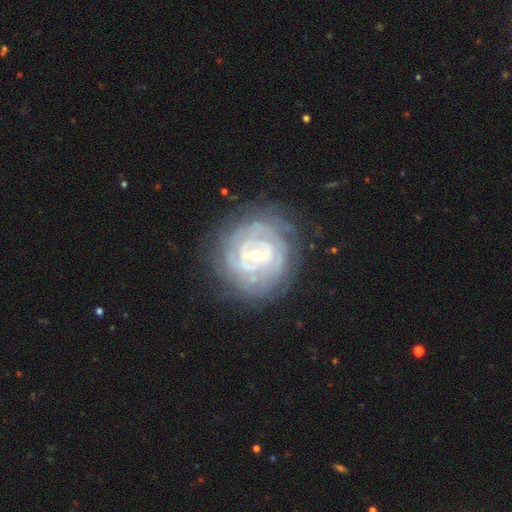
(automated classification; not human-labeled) featured or disk 85%, smooth 9%, star or artifact 6%. Down the decision tree: edge-on disk — no (97%); bar — weak (46%); spiral arms — yes (91%); spiral arm count — can't tell (46%); spiral winding — tight (83%); bulge size — small (55%); merging — none (78%).